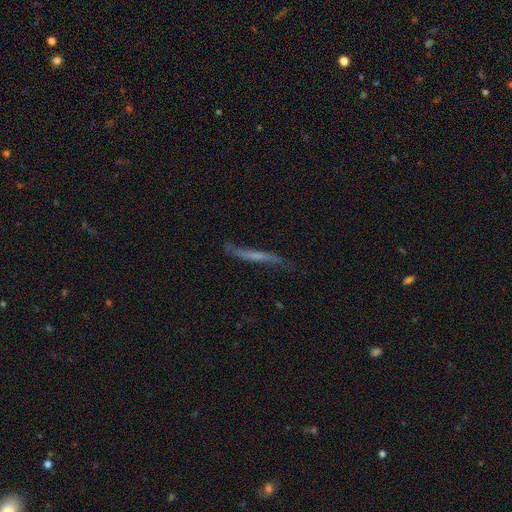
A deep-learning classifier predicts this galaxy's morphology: The model was most divided on "smooth or featured": featured or disk: 59%, smooth: 33%, star or artifact: 8%. More confident: edge-on disk — yes (74%); merging — none (68%).